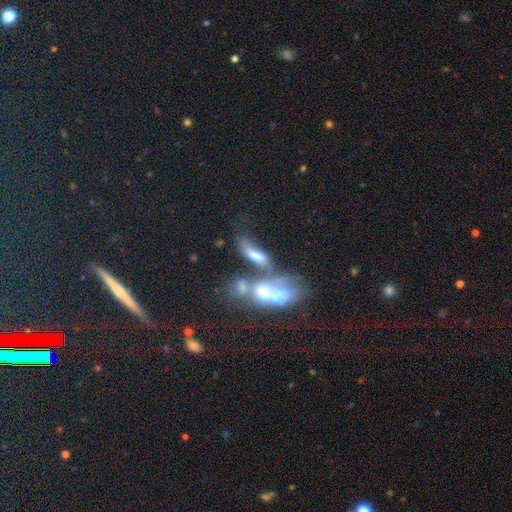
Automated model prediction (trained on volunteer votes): smooth-or-featured: smooth: 43% | featured or disk: 42% | star or artifact: 16%
  merging: merger: 58% | none: 18% | major disturbance: 14% | minor disturbance: 10%